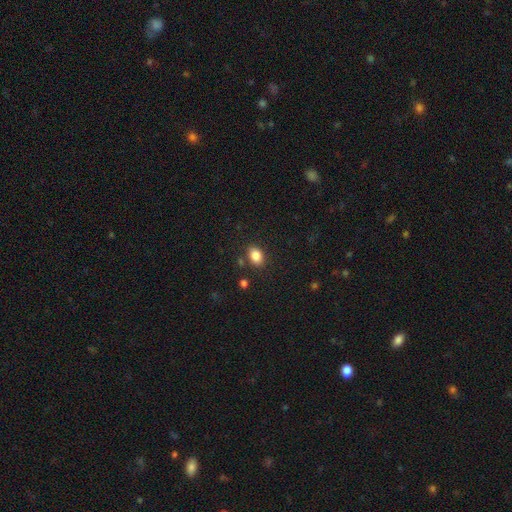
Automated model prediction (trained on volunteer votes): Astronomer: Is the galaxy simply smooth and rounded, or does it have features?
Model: smooth — 86%.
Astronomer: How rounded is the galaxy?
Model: in between — 78%.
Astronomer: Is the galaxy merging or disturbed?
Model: none — 83%.